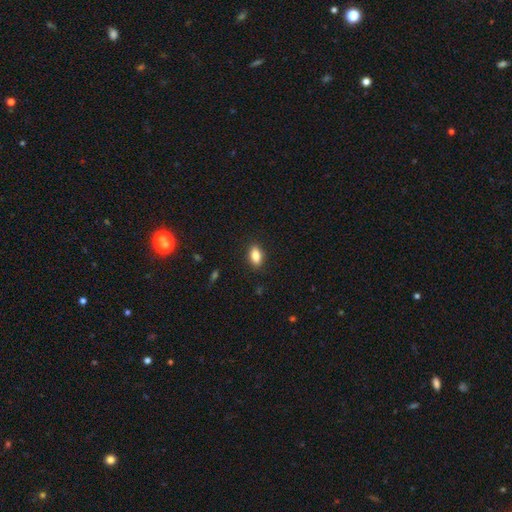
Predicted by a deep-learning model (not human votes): Smooth or featured?
  - smooth: 85% *
  - star or artifact: 8%
  - featured or disk: 7%
How rounded?
  - in between: 87% *
  - round: 8%
  - cigar-shaped: 5%
Merging?
  - none: 88% *
  - minor disturbance: 9%
  - major disturbance: 2%
  - merger: 1%